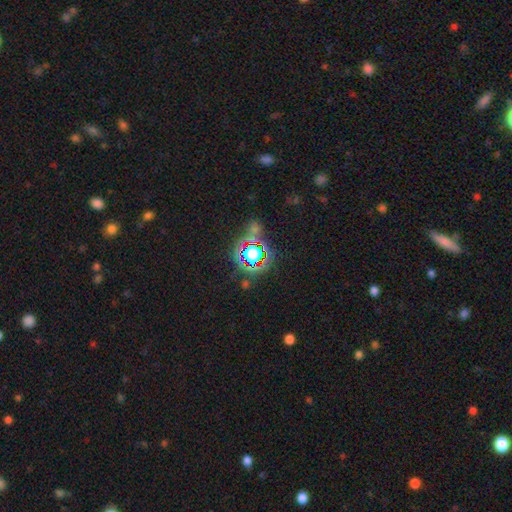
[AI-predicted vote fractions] Morphology: type=star or artifact (79%).